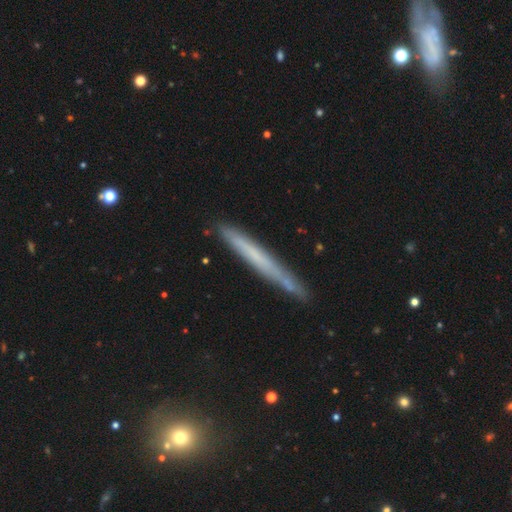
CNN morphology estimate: Smooth or featured: smooth — 47% (featured or disk — 45%)
Merging: none — 82% (minor disturbance — 14%)